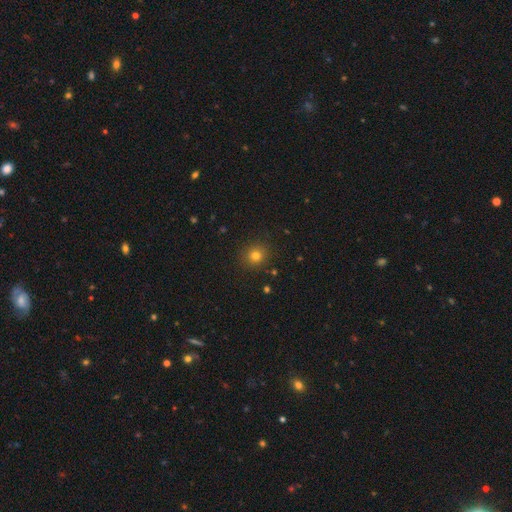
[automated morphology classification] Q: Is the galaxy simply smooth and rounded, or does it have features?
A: smooth — 77%.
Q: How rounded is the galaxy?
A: round — 88%.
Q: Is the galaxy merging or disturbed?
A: none — 89%.